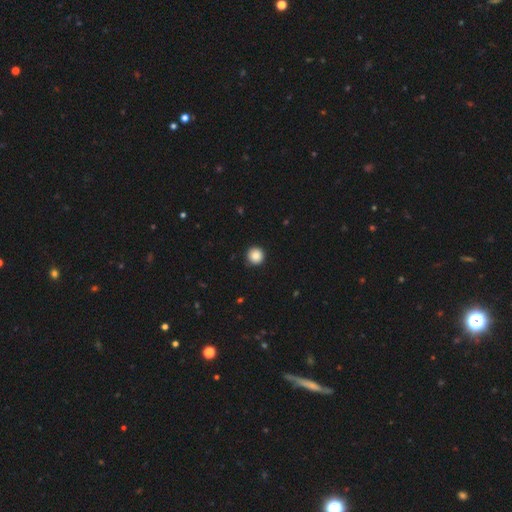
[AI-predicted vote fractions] Q: Smooth or featured?
A: smooth (87%); runner-up: star or artifact (9%)
Q: How rounded?
A: round (96%); runner-up: in between (3%)
Q: Merging?
A: none (92%); runner-up: minor disturbance (5%)